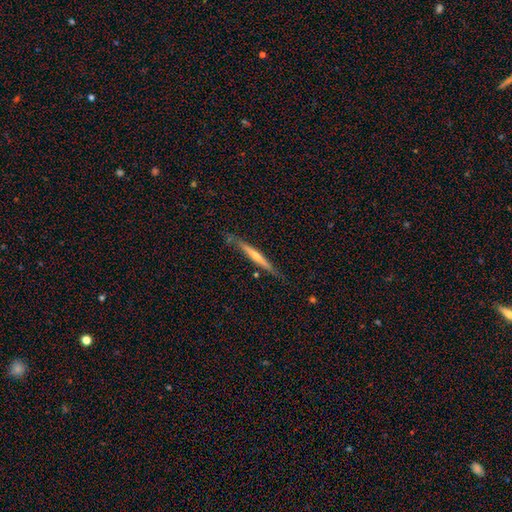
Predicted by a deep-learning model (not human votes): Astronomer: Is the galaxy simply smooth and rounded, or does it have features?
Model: featured or disk — 72%.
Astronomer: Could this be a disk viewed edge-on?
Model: yes — 97%.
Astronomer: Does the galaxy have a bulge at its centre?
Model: rounded — 66%.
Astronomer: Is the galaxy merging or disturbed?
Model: none — 84%.